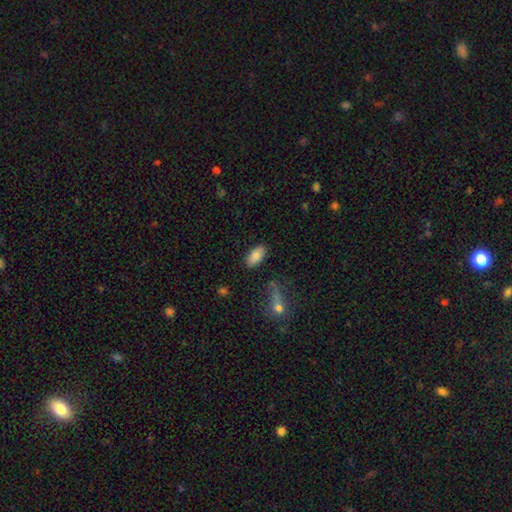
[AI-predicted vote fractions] A smooth galaxy with no disk features (86%) that is in between round and cigar-shaped (92%).

Vote fractions:
- Smooth or featured? smooth: 86% / star or artifact: 7% / featured or disk: 6%
- How rounded? in between: 92% / cigar-shaped: 5% / round: 2%
- Merging? none: 84% / minor disturbance: 11% / major disturbance: 3% / merger: 2%